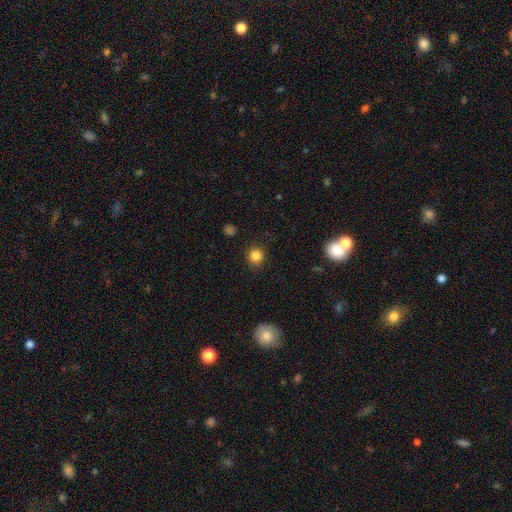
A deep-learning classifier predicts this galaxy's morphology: type=smooth (84%); roundness=round (92%); merging=none (91%).